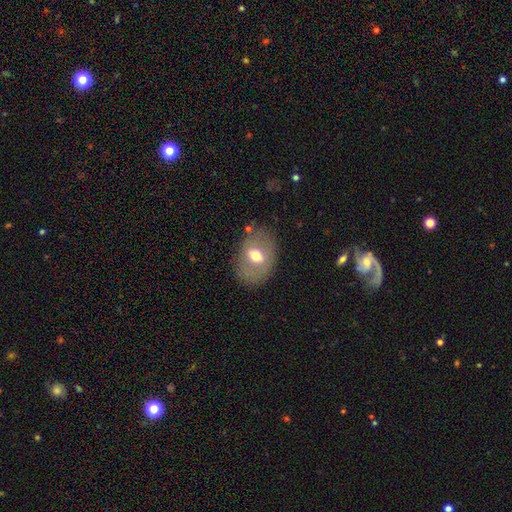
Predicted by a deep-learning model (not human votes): Overall: smooth (55%; featured or disk 37%). How rounded: in between (73%). Merging: none (76%).